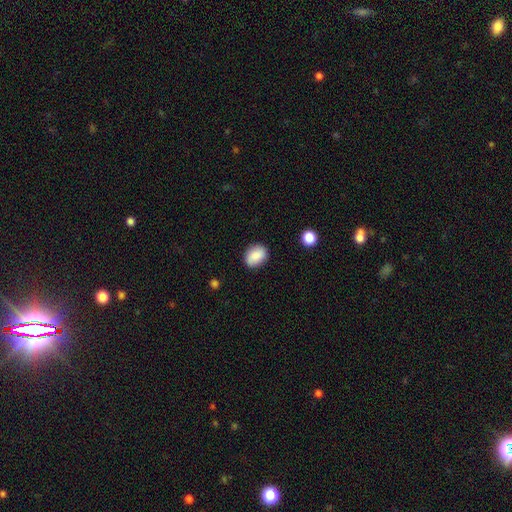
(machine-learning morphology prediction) smooth 86%, star or artifact 8%, featured or disk 6%. Down the decision tree: how rounded — in between (64%); merging — none (83%).